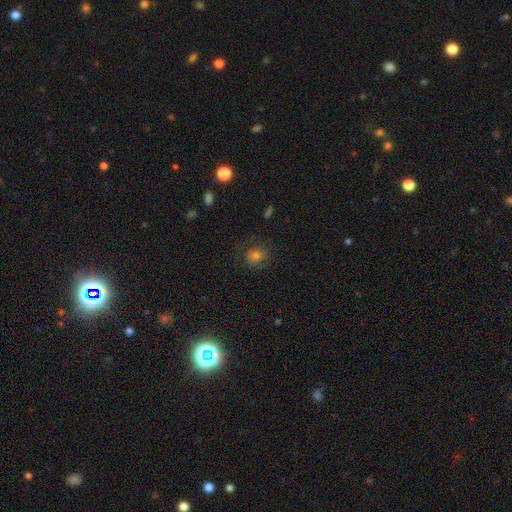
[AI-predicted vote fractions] This is possibly a smooth galaxy (53%). How rounded: likely round (77%). Merging: likely none (73%).